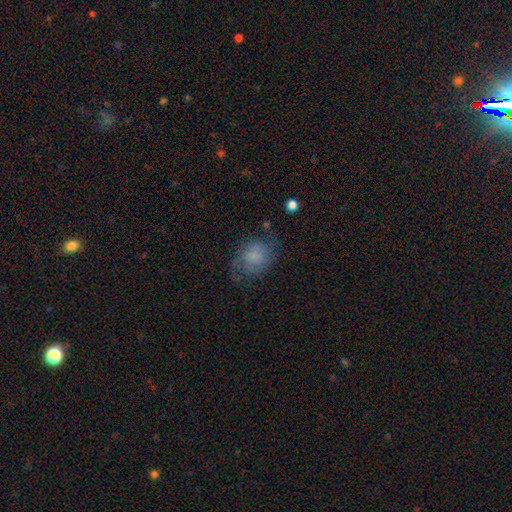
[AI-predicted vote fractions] This is likely a smooth galaxy (70%). How rounded: possibly in between (51%). Merging: possibly none (57%).